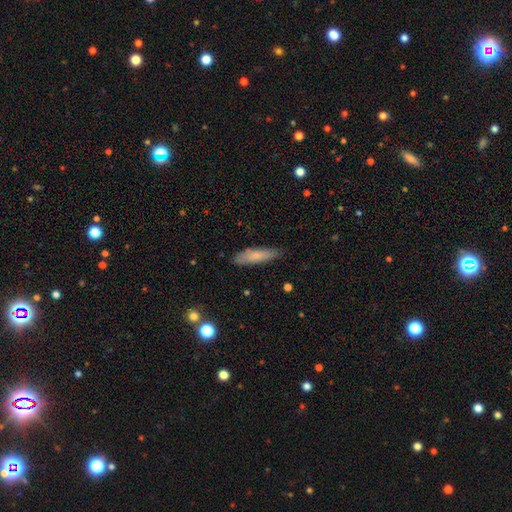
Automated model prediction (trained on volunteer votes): smooth_or_featured: smooth (p=0.75) [alt: featured or disk p=0.19]
how_rounded: cigar-shaped (p=0.72) [alt: in between p=0.27]
merging: none (p=0.83) [alt: minor disturbance p=0.13]